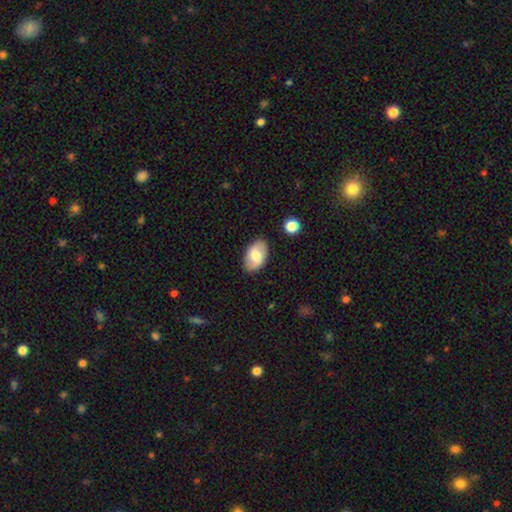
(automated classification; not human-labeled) smooth-or-featured: smooth: 64% | featured or disk: 30% | star or artifact: 7%
  how-rounded: in between: 92% | round: 6% | cigar-shaped: 1%
  merging: none: 82% | minor disturbance: 13% | major disturbance: 3% | merger: 2%